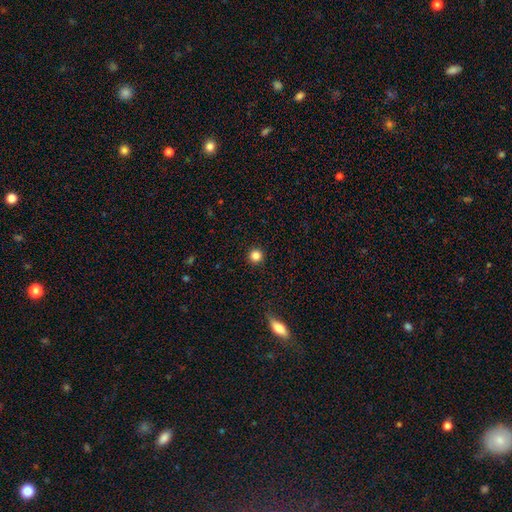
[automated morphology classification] smooth 84%, star or artifact 12%, featured or disk 4%. Down the decision tree: how rounded — round (96%); merging — none (93%).